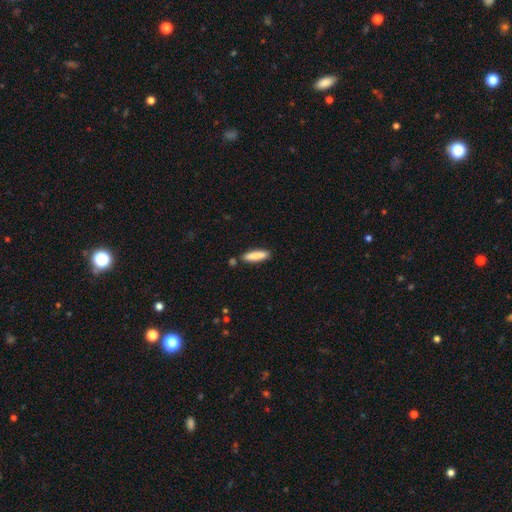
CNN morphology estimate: smooth-or-featured: smooth: 86% | featured or disk: 8% | star or artifact: 6%
  how-rounded: cigar-shaped: 75% | in between: 24% | round: 1%
  merging: none: 83% | minor disturbance: 10% | merger: 5% | major disturbance: 2%